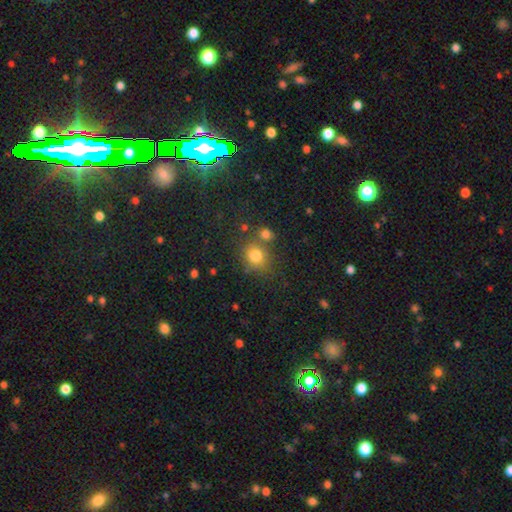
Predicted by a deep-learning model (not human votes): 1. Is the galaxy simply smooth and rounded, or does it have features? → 78% smooth, 14% star or artifact, 8% featured or disk.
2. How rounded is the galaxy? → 75% round, 24% in between, 1% cigar-shaped.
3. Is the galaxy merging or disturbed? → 66% none, 18% merger, 12% minor disturbance, 5% major disturbance.